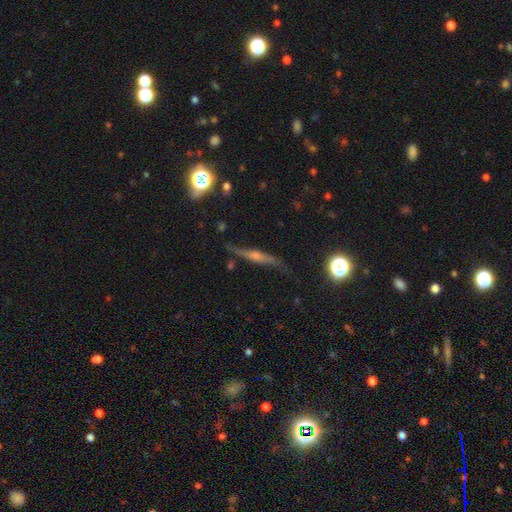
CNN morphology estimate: A featured or disk galaxy (68%) viewed edge-on (85%) with a rounded central bulge (66%).

Vote fractions:
- Smooth or featured? featured or disk: 68% / smooth: 19% / star or artifact: 12%
- Edge-on disk? yes: 85% / no: 15%
- Edge-on bulge? rounded: 66% / boxy: 17% / none: 17%
- Merging? none: 75% / minor disturbance: 17% / major disturbance: 6% / merger: 3%